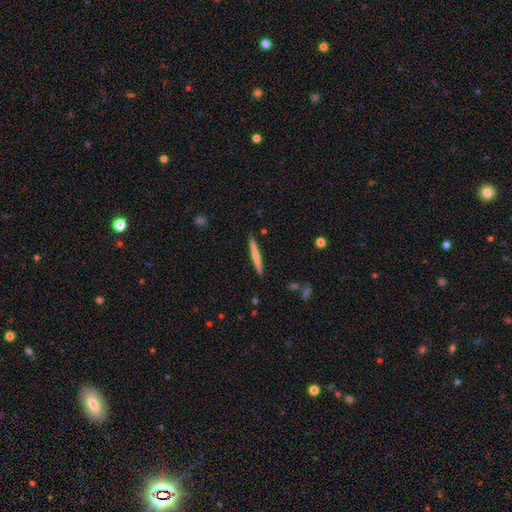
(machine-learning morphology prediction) A smooth galaxy with no disk features (62%) that is cigar-shaped (96%).

Vote fractions:
- Smooth or featured? smooth: 62% / featured or disk: 33% / star or artifact: 5%
- How rounded? cigar-shaped: 96% / in between: 3% / round: 1%
- Merging? none: 90% / minor disturbance: 7% / major disturbance: 1% / merger: 1%